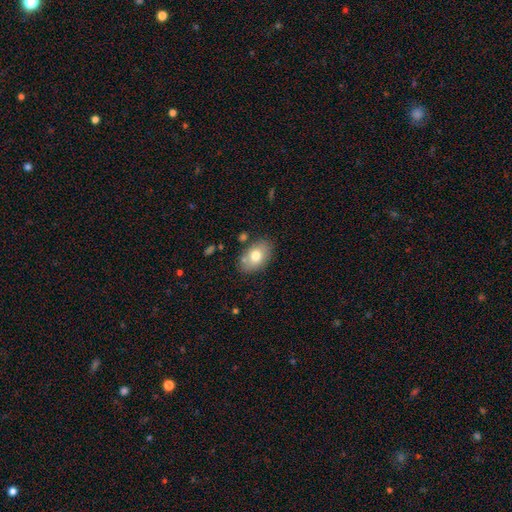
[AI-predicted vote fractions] Overall: smooth (74%). How rounded: in between (85%). Merging: none (78%).